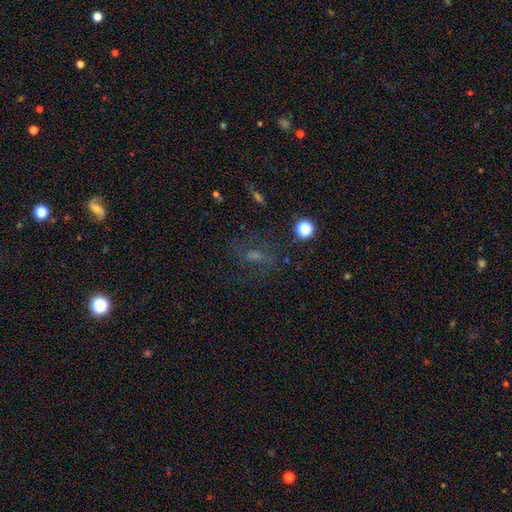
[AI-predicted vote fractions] Smooth or featured?
  - star or artifact: 35% *
  - smooth: 34%
  - featured or disk: 31%